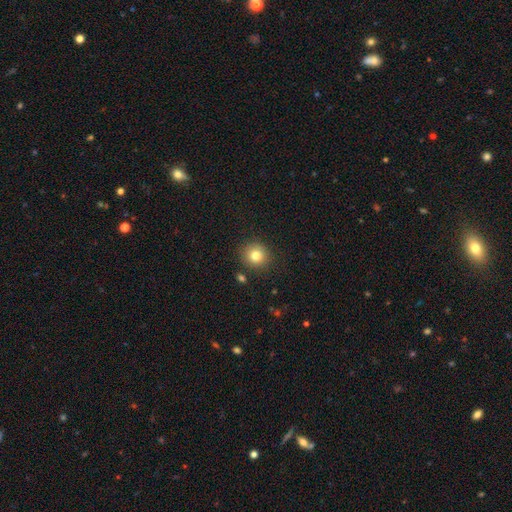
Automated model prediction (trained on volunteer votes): smooth_or_featured: smooth (p=0.81) [alt: star or artifact p=0.11]
how_rounded: round (p=0.88) [alt: in between p=0.11]
merging: none (p=0.86) [alt: minor disturbance p=0.08]